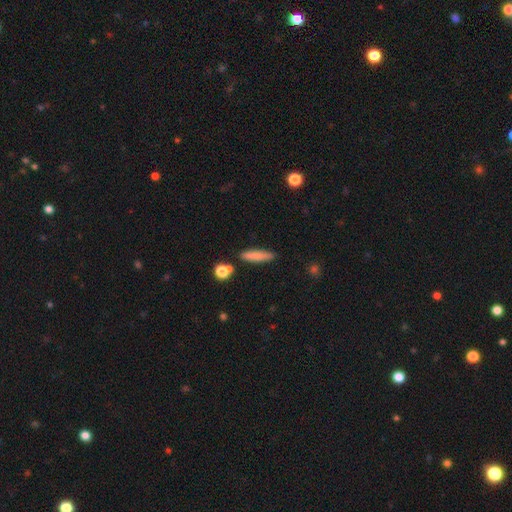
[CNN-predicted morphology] Smooth or featured?
  - smooth: 79% *
  - featured or disk: 13%
  - star or artifact: 8%
How rounded?
  - cigar-shaped: 80% *
  - in between: 18%
  - round: 3%
Merging?
  - none: 83% *
  - minor disturbance: 11%
  - merger: 4%
  - major disturbance: 2%